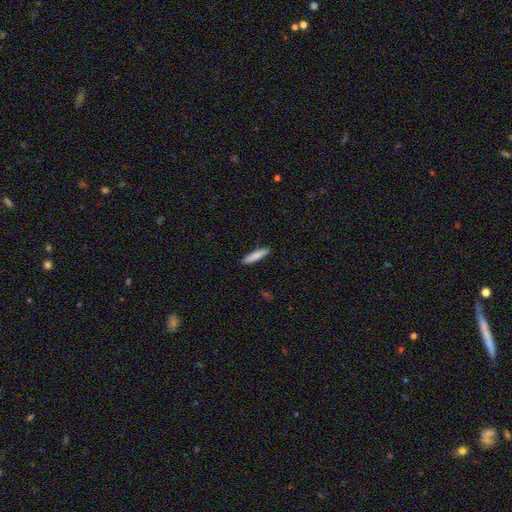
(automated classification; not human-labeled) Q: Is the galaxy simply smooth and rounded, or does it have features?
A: smooth — 83%.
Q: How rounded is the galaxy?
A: cigar-shaped — 88%.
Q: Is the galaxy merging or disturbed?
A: none — 91%.